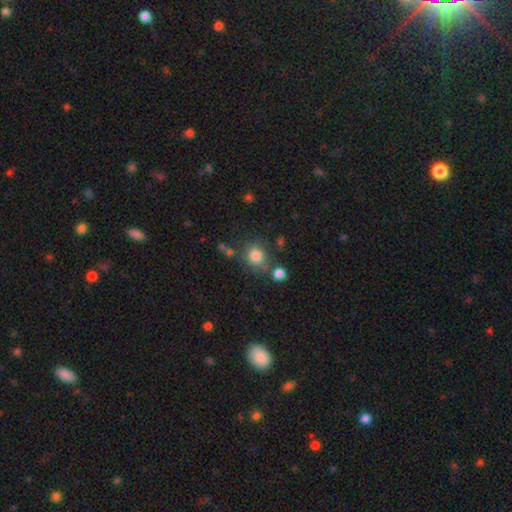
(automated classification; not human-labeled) Q: Smooth or featured?
A: smooth (82%); runner-up: star or artifact (11%)
Q: How rounded?
A: round (81%); runner-up: in between (18%)
Q: Merging?
A: none (71%); runner-up: minor disturbance (13%)